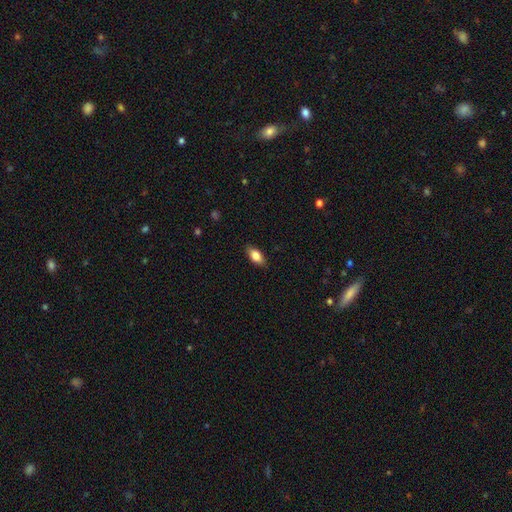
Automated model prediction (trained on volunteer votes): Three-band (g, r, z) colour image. It shows a smooth galaxy with no disk features (82%) that is in between round and cigar-shaped (88%). Merging: none (86%).